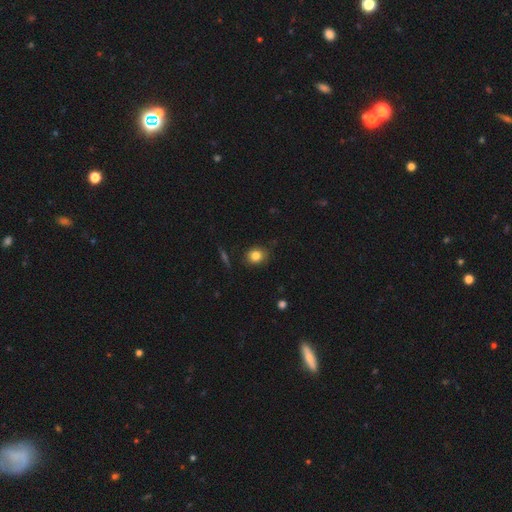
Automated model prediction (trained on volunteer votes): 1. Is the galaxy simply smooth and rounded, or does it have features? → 82% smooth, 10% star or artifact, 8% featured or disk.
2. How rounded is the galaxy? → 68% round, 31% in between, 1% cigar-shaped.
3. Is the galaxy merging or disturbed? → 81% none, 14% minor disturbance, 3% major disturbance, 2% merger.